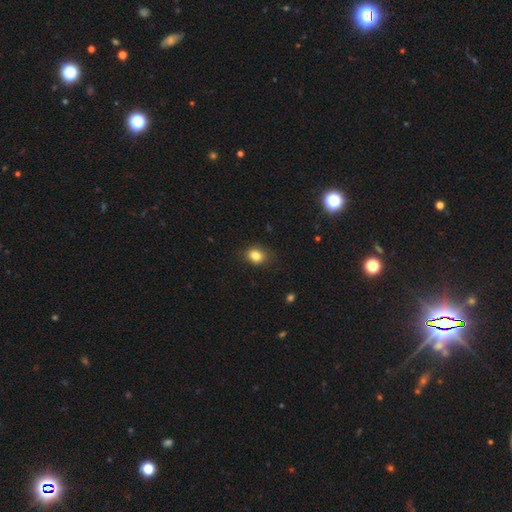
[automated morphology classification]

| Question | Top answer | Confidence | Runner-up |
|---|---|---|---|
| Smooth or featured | smooth | 83% | star or artifact (11%) |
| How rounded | round | 51% | in between (48%) |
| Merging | none | 82% | minor disturbance (14%) |